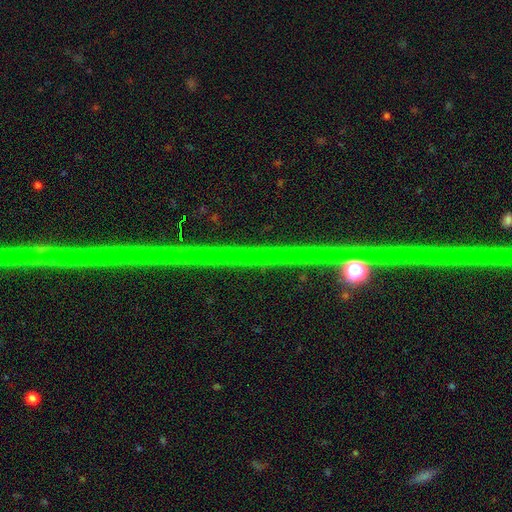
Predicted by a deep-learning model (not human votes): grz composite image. It shows a star or artifact, not a galaxy (85%).